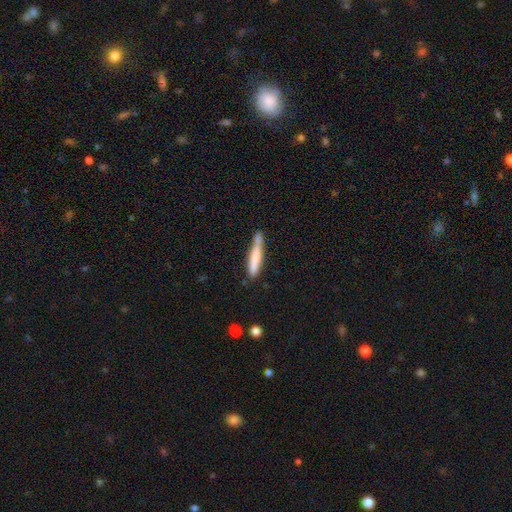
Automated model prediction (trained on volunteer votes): This appears to be a smooth galaxy with no disk features (72%) that is cigar-shaped (92%). Merging: none (62%).